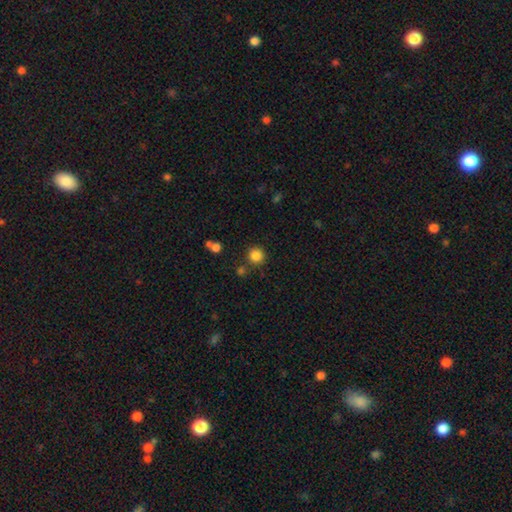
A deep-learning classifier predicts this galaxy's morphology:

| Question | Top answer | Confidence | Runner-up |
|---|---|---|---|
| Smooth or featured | smooth | 84% | star or artifact (11%) |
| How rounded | round | 94% | in between (5%) |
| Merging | none | 83% | minor disturbance (8%) |